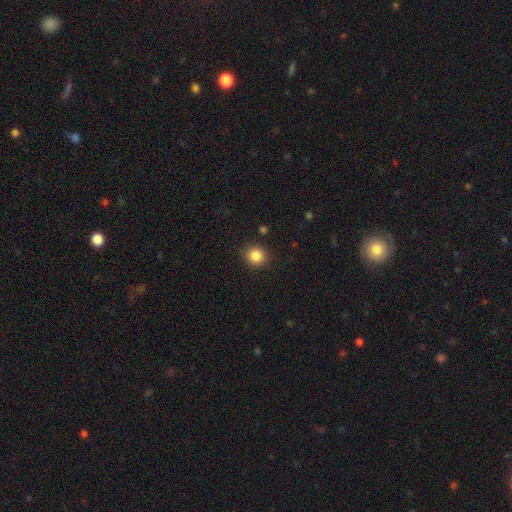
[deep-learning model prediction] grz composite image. It shows a smooth galaxy with no disk features (85%) that is round (90%). Merging: none (89%).